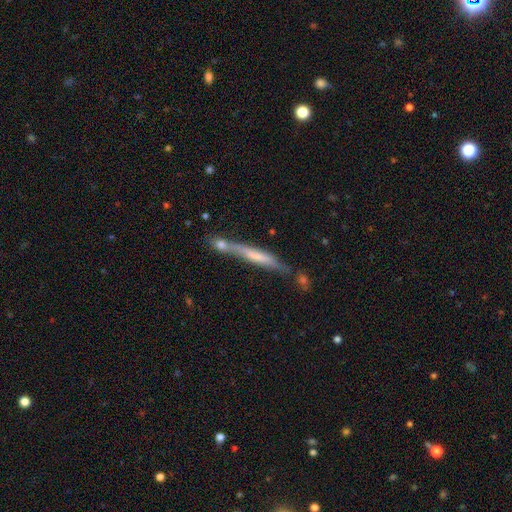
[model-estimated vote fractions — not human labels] Q: Smooth or featured?
A: smooth (47%); runner-up: featured or disk (46%)
Q: Merging?
A: none (43%); runner-up: merger (28%)